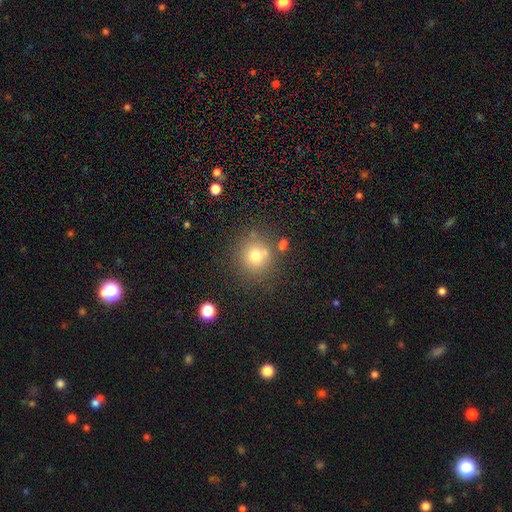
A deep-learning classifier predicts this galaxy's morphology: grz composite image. It shows a smooth galaxy with no disk features (73%) that is round (90%). Merging: none (74%).